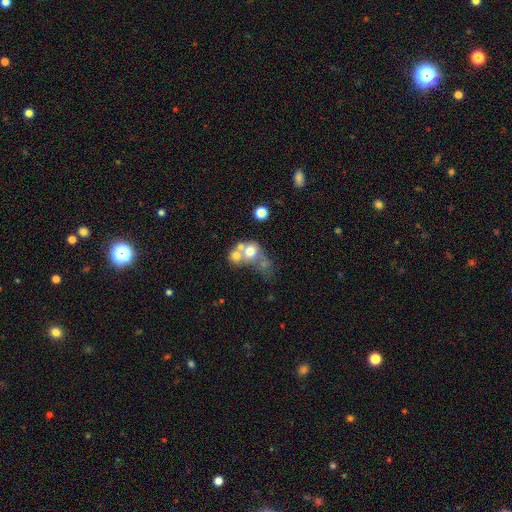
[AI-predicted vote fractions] Smooth or featured? smooth (46%)
Merging? merger (57%)